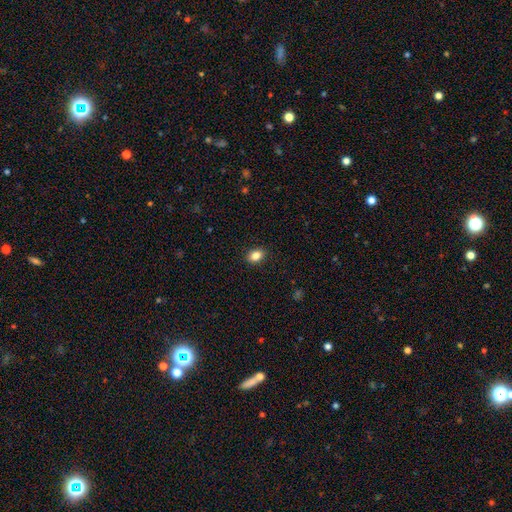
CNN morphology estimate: Smooth or featured? Predicted: smooth (p=0.85). How rounded? Predicted: in between (p=0.75). Merging? Predicted: none (p=0.90).